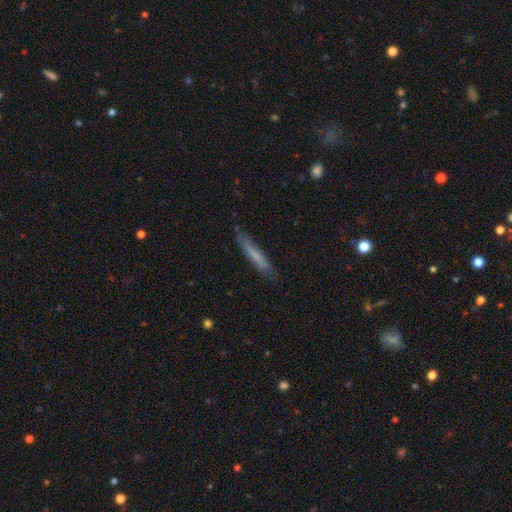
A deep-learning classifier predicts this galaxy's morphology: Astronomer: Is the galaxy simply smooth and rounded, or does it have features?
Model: smooth — 63%.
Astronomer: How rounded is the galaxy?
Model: cigar-shaped — 93%.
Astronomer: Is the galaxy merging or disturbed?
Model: none — 80%.